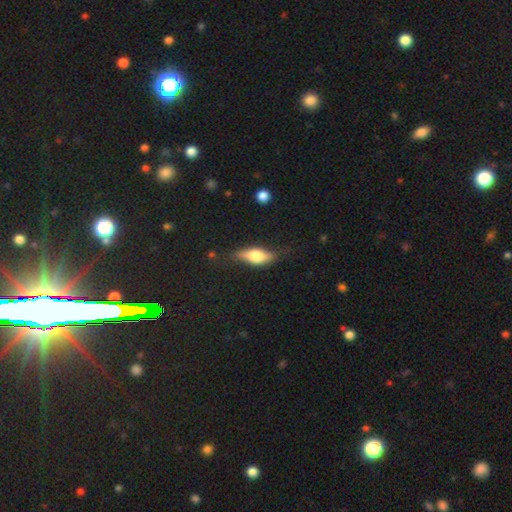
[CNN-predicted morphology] Overall: smooth (58%; featured or disk 36%). How rounded: in between (67%; cigar-shaped 29%). Merging: none (68%).